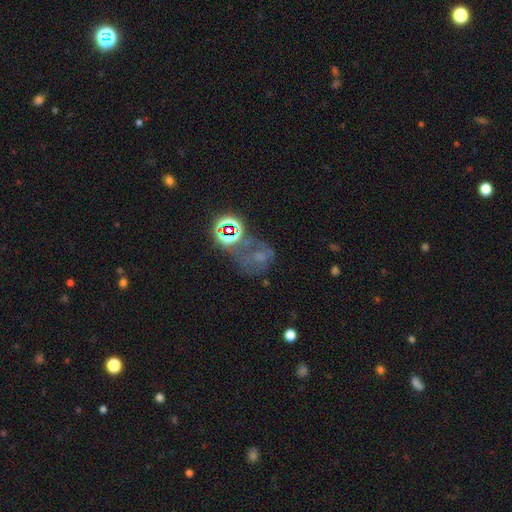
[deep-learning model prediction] smooth-or-featured: star or artifact: 41% | featured or disk: 33% | smooth: 26%